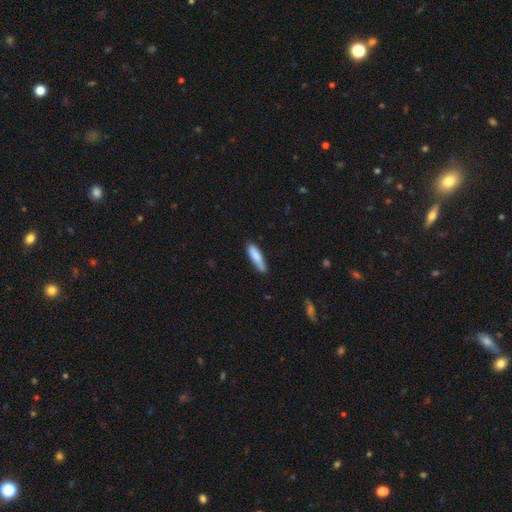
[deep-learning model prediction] Smooth or featured? smooth (82%)
How rounded? cigar-shaped (79%)
Merging? none (71%)